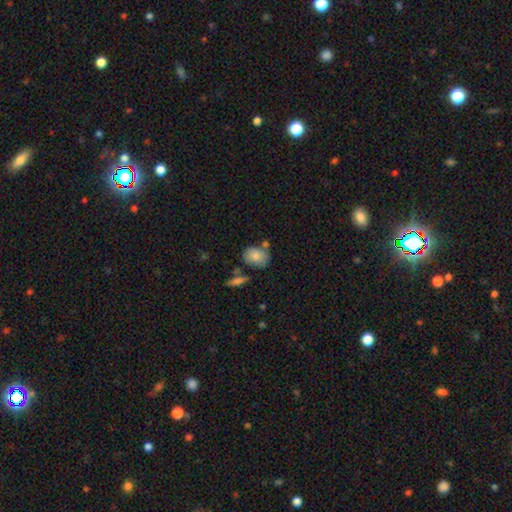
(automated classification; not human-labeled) smooth_or_featured: smooth (p=0.80) [alt: featured or disk p=0.13]
how_rounded: in between (p=0.60) [alt: round p=0.38]
merging: none (p=0.58) [alt: minor disturbance p=0.20]